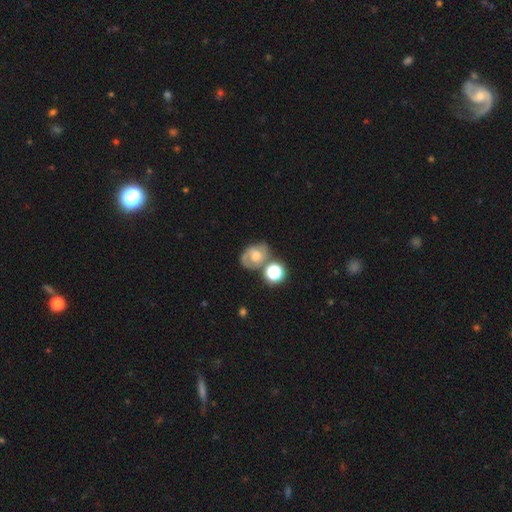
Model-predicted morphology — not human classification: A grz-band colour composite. It shows a featured or disk galaxy (61%) with no bar (60%), spiral arms (82%) and a moderate central bulge (44%). Merging: none (55%).